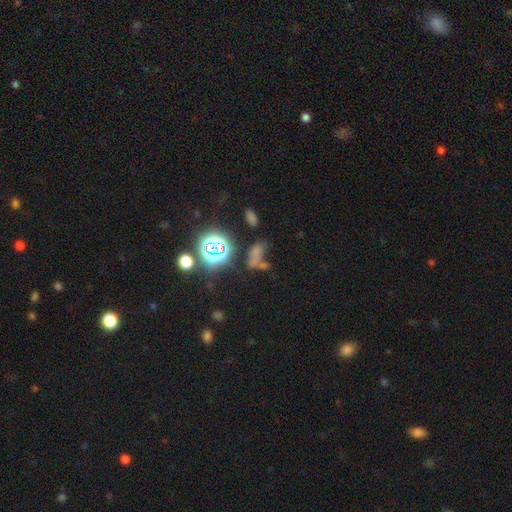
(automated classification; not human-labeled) This is possibly a smooth galaxy (49%). Merging: marginally none (41%).